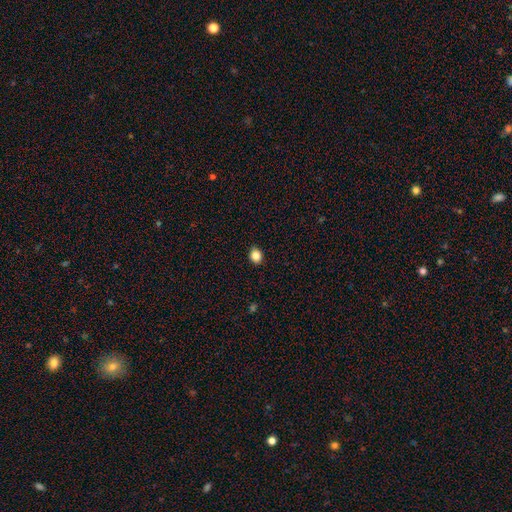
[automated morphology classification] smooth-or-featured: smooth: 85% | star or artifact: 11% | featured or disk: 4%
  how-rounded: round: 62% | in between: 37% | cigar-shaped: 1%
  merging: none: 89% | minor disturbance: 8% | major disturbance: 2% | merger: 1%